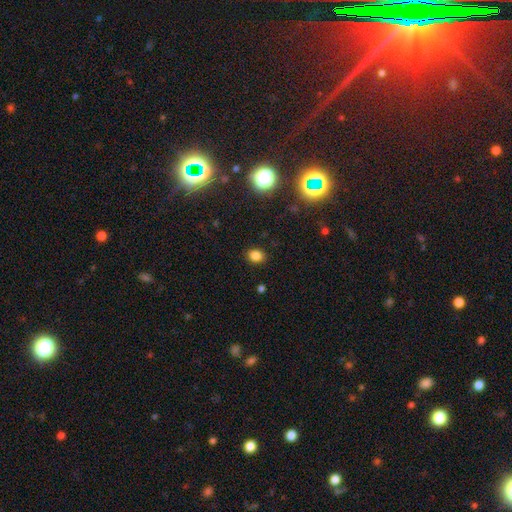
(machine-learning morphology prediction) This appears to be a smooth galaxy with no disk features (80%) that is in between round and cigar-shaped (50%). Merging: none (88%).